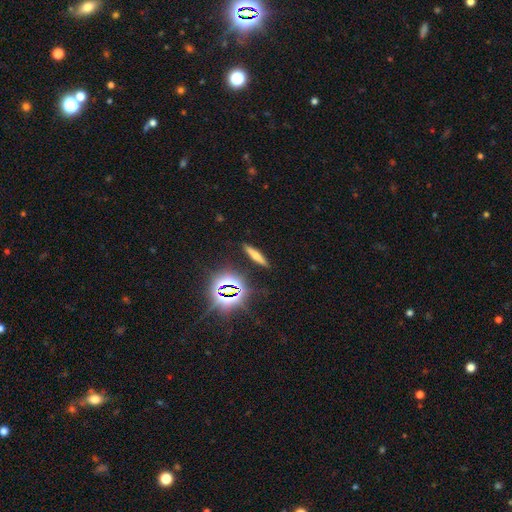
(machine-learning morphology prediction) Smooth or featured? smooth (43%)
Merging? none (89%)